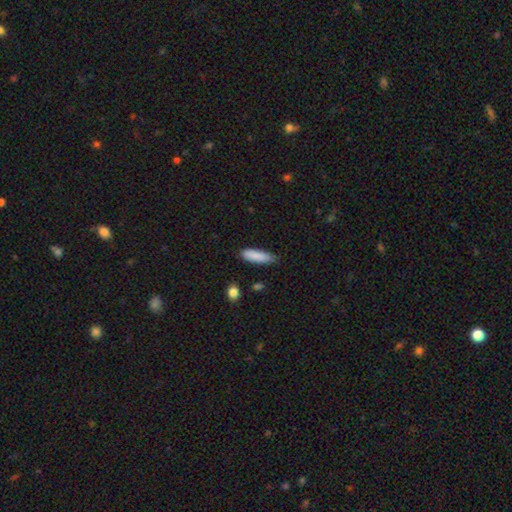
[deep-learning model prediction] Morphology: type=smooth (87%); roundness=cigar-shaped (58%); merging=none (74%).